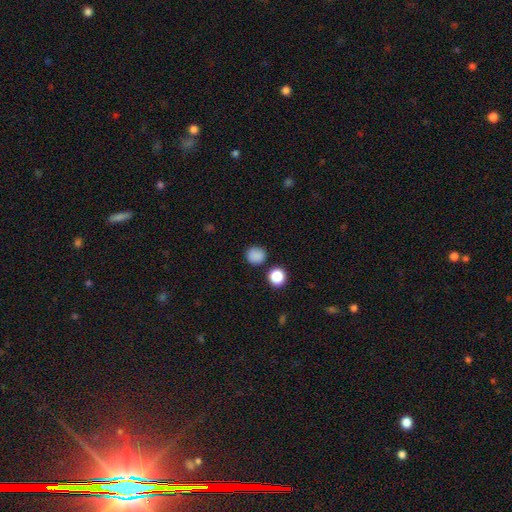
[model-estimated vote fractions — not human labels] A smooth galaxy with no disk features (84%) that is round (86%). Merging: none (84%).